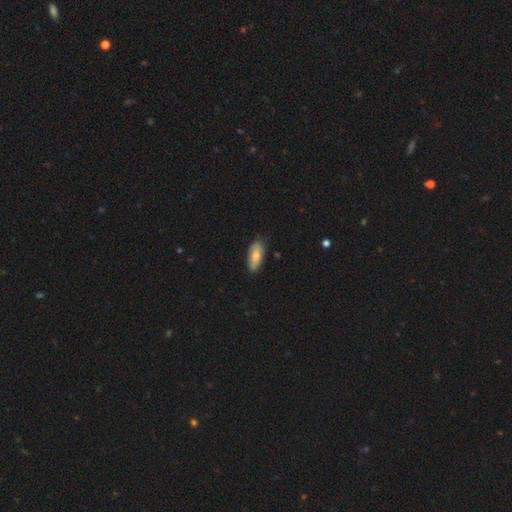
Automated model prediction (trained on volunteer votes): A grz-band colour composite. It shows a smooth galaxy with no disk features (71%) that is in between round and cigar-shaped (85%). Merging: none (83%).